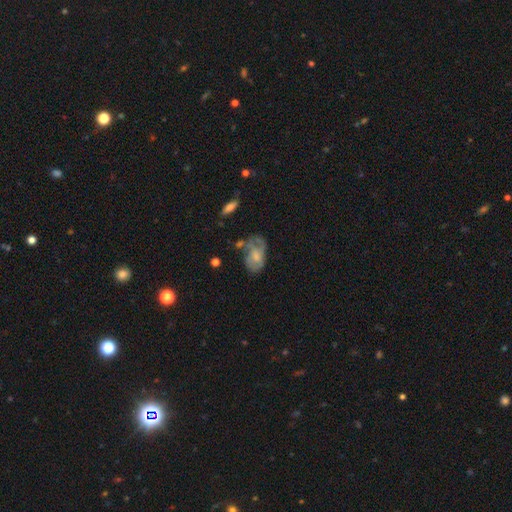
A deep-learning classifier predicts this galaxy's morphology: smooth_or_featured: smooth (p=0.48) [alt: featured or disk p=0.44]
merging: none (p=0.36) [alt: minor disturbance p=0.29]